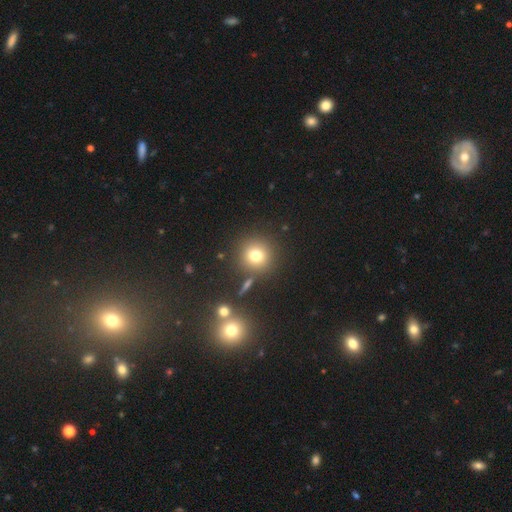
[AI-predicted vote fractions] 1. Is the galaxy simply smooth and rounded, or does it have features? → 73% smooth, 16% star or artifact, 10% featured or disk.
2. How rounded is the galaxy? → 93% round, 6% in between, 1% cigar-shaped.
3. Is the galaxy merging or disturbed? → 82% none, 7% minor disturbance, 7% merger, 3% major disturbance.